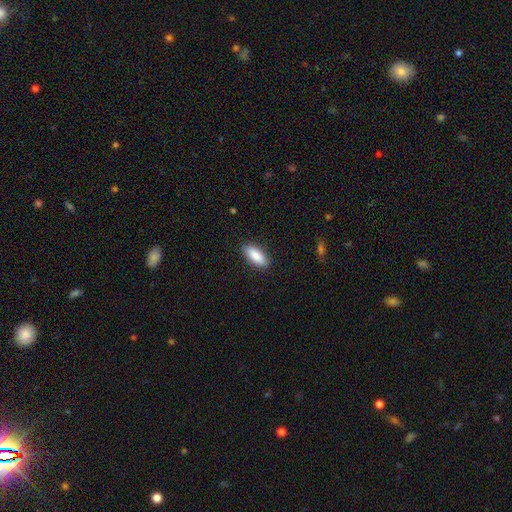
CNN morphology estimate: A smooth galaxy with no disk features (88%) that is in between round and cigar-shaped (78%).

Vote fractions:
- Smooth or featured? smooth: 88% / featured or disk: 6% / star or artifact: 6%
- How rounded? in between: 78% / cigar-shaped: 20% / round: 2%
- Merging? none: 89% / minor disturbance: 8% / major disturbance: 2% / merger: 1%